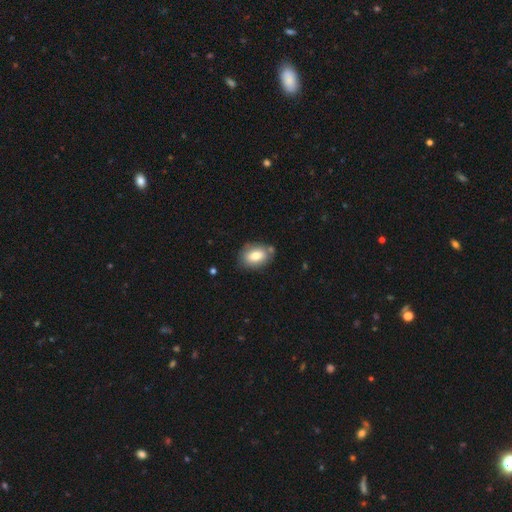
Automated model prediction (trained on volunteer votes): Smooth or featured: smooth — 78% (featured or disk — 15%)
How rounded: in between — 81% (round — 17%)
Merging: none — 72% (minor disturbance — 17%)